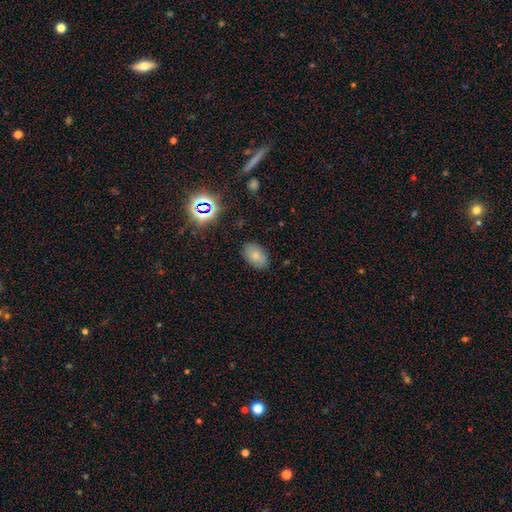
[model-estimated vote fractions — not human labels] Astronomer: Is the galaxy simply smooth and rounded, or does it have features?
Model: smooth — 76%.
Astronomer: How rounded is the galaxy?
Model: in between — 88%.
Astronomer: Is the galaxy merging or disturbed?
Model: none — 83%.